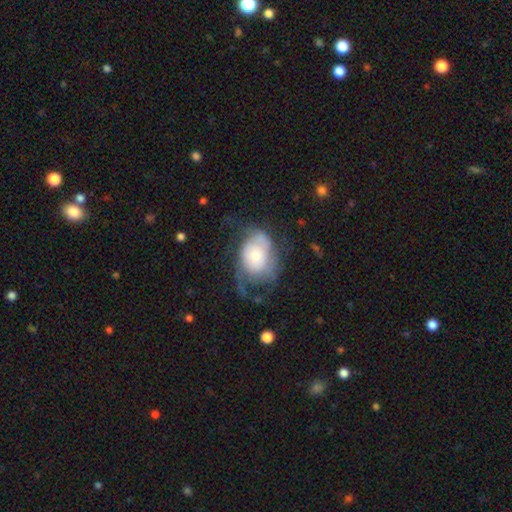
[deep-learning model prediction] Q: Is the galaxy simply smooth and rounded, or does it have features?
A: featured or disk — 51%.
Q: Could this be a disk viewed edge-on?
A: no — 96%.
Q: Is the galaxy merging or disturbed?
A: major disturbance — 35%, tied with none.